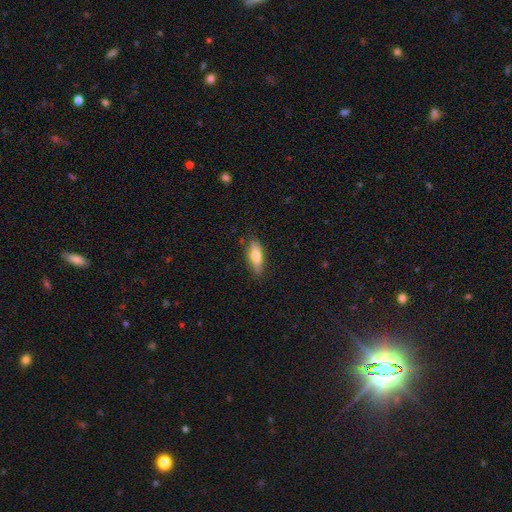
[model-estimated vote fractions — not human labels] Q: Smooth or featured?
A: smooth (69%); runner-up: featured or disk (25%)
Q: How rounded?
A: in between (59%); runner-up: cigar-shaped (38%)
Q: Merging?
A: none (82%); runner-up: minor disturbance (14%)